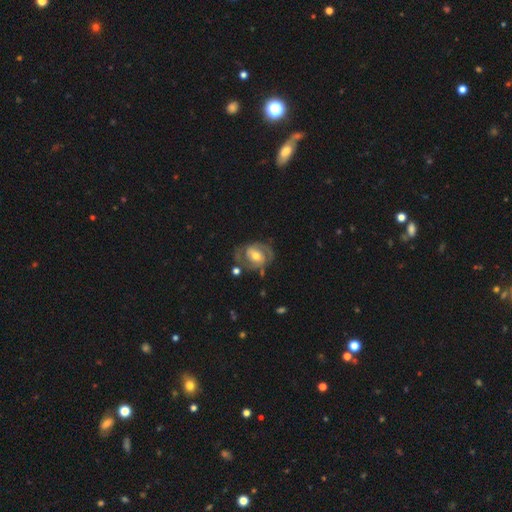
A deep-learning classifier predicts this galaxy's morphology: Smooth or featured: featured or disk — 77% (smooth — 17%)
Edge-on disk: no — 97% (yes — 3%)
Bar: weak — 42% (no — 39%)
Spiral arms: yes — 85% (no — 15%)
Spiral winding: medium — 45% (tight — 38%)
Spiral arm count: 2 — 78% (can't tell — 11%)
Bulge size: moderate — 69% (small — 21%)
Merging: none — 62% (minor disturbance — 20%)